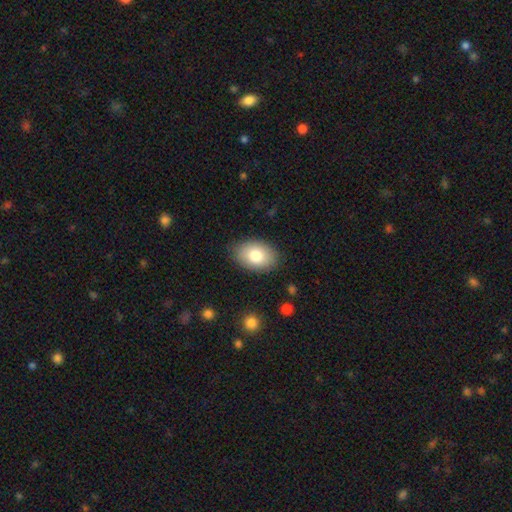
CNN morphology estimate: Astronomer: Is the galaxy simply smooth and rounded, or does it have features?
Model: smooth — 80%.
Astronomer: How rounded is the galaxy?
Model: in between — 86%.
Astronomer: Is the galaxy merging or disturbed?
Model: none — 85%.